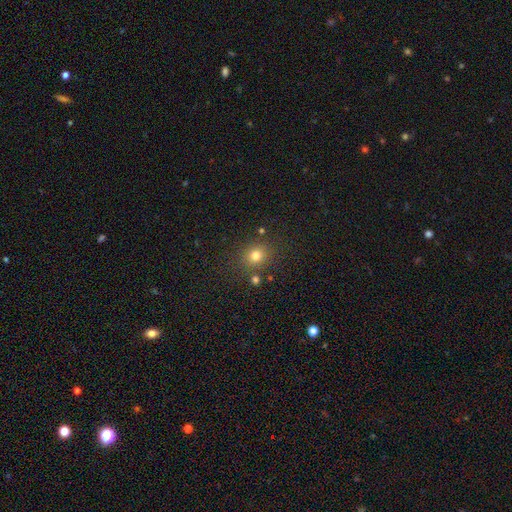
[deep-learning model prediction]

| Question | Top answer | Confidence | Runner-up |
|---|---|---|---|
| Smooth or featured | smooth | 77% | star or artifact (16%) |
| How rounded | round | 79% | in between (20%) |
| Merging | none | 81% | minor disturbance (10%) |